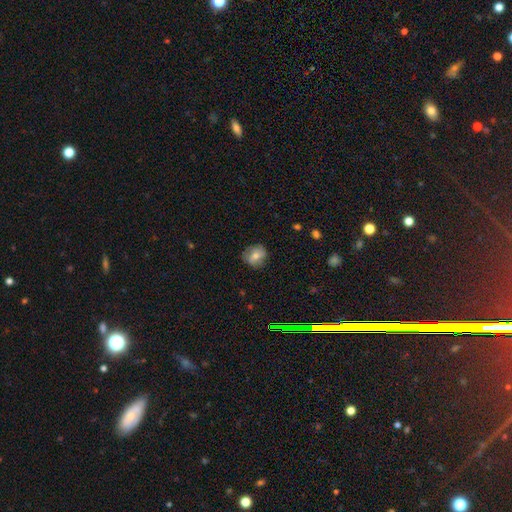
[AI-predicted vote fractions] Morphology: type=smooth (64%); roundness=round (73%); merging=none (75%).